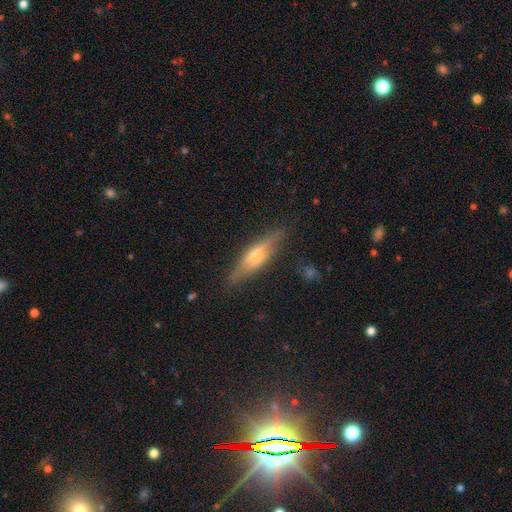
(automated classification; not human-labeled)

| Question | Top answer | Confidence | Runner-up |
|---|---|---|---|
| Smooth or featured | featured or disk | 61% | smooth (32%) |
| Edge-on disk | yes | 93% | no (7%) |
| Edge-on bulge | rounded | 81% | boxy (11%) |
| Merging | none | 84% | minor disturbance (11%) |